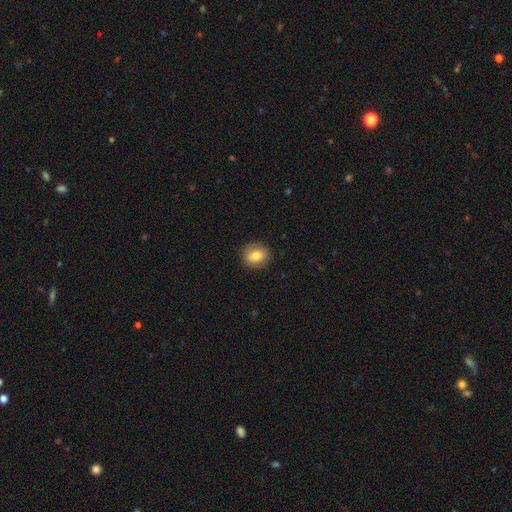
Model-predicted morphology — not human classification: smooth_or_featured: smooth (p=0.80) [alt: featured or disk p=0.11]
how_rounded: round (p=0.62) [alt: in between p=0.37]
merging: none (p=0.87) [alt: minor disturbance p=0.10]